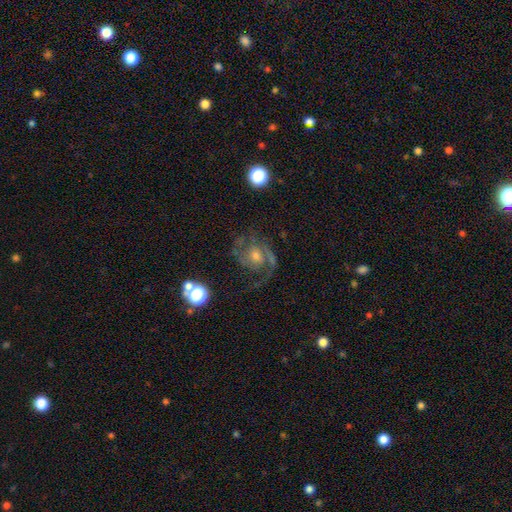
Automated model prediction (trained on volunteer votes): featured or disk 85%, star or artifact 7%, smooth 7%. Down the decision tree: edge-on disk — no (98%); bar — no (65%); spiral arms — yes (96%); spiral arm count — 2 (75%); spiral winding — medium (53%); bulge size — moderate (48%); merging — none (68%).